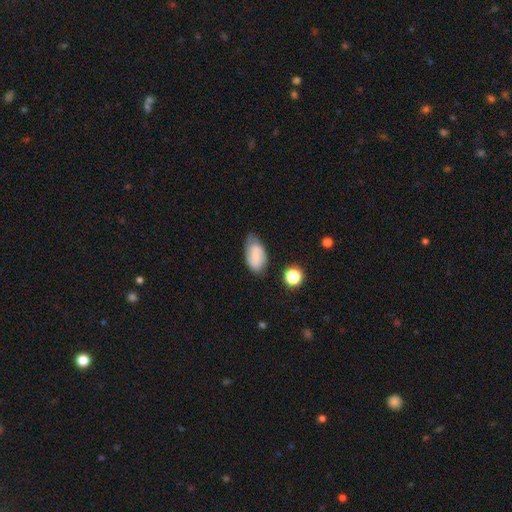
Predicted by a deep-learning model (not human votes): Smooth or featured? Predicted: smooth (p=0.61). How rounded? Predicted: in between (p=0.92). Merging? Predicted: none (p=0.65).